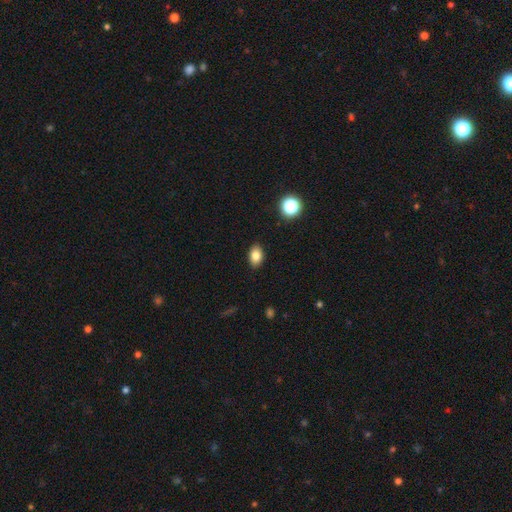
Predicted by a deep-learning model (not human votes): smooth_or_featured: smooth (p=0.83) [alt: star or artifact p=0.10]
how_rounded: in between (p=0.85) [alt: round p=0.14]
merging: none (p=0.89) [alt: minor disturbance p=0.08]